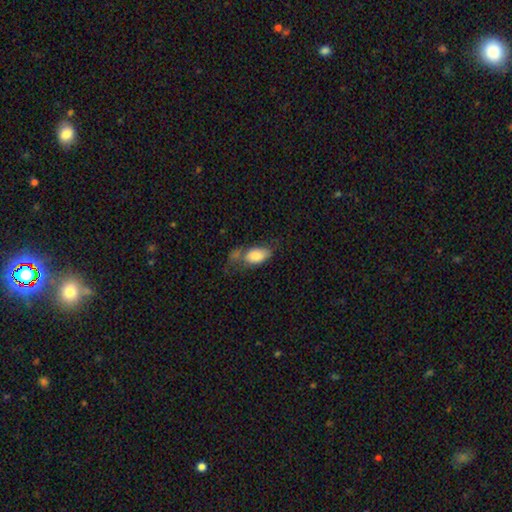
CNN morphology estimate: Smooth or featured? smooth (80%)
How rounded? in between (91%)
Merging? none (36%)